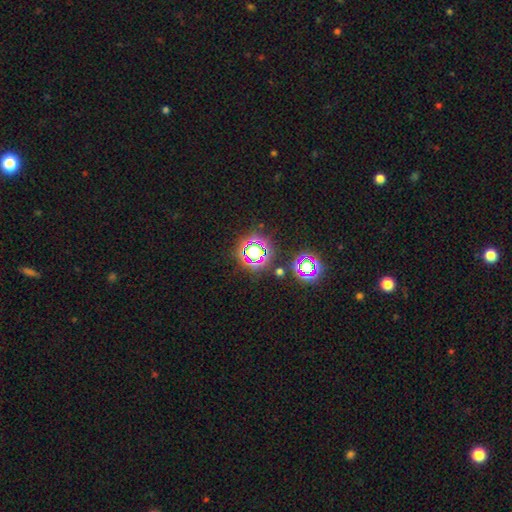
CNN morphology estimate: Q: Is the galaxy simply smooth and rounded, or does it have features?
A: star or artifact — 62%.